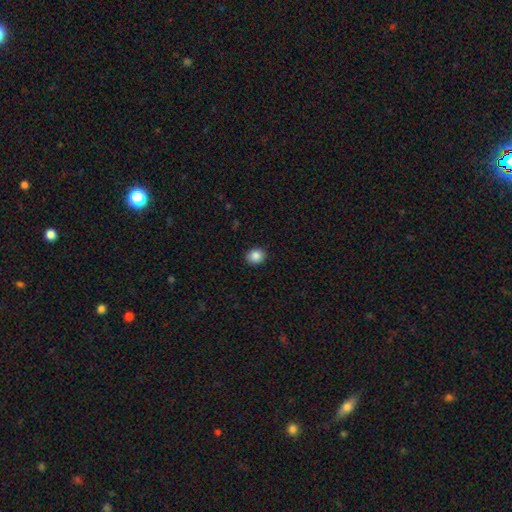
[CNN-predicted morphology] This is clearly a smooth galaxy (87%). How rounded: likely round (72%). Merging: clearly none (91%).